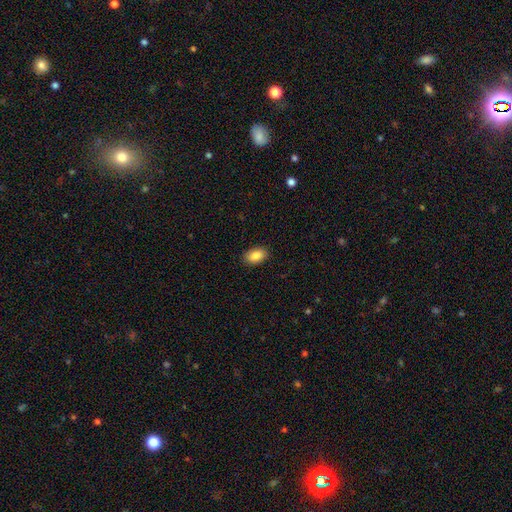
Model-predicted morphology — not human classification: smooth-or-featured: smooth: 87% | star or artifact: 7% | featured or disk: 6%
  how-rounded: in between: 91% | round: 8% | cigar-shaped: 1%
  merging: none: 89% | minor disturbance: 8% | major disturbance: 2% | merger: 1%